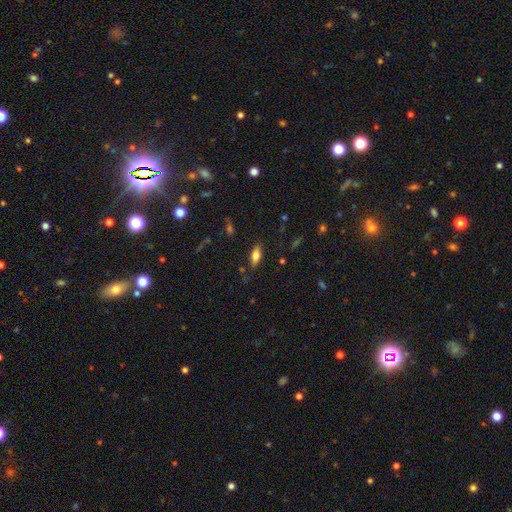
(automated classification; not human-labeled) Smooth or featured: smooth — 68% (featured or disk — 23%)
How rounded: in between — 78% (cigar-shaped — 18%)
Merging: none — 82% (minor disturbance — 13%)